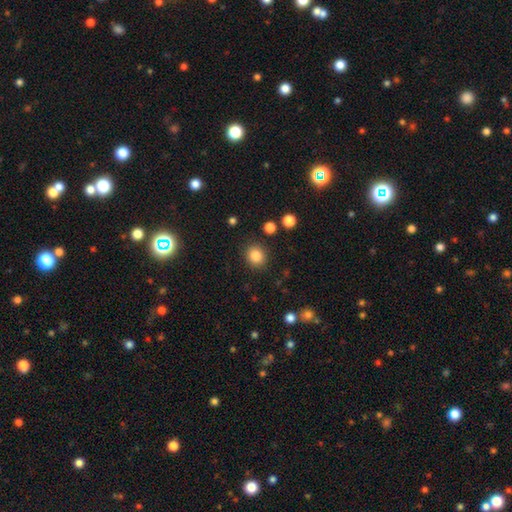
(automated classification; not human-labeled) Q: Smooth or featured?
A: smooth (84%); runner-up: star or artifact (11%)
Q: How rounded?
A: round (83%); runner-up: in between (16%)
Q: Merging?
A: none (88%); runner-up: minor disturbance (7%)